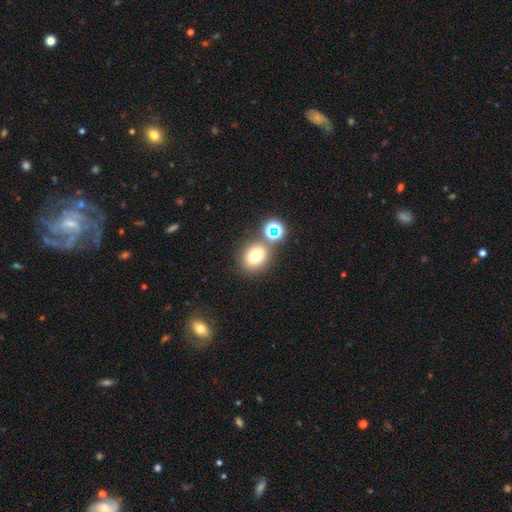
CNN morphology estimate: smooth_or_featured: smooth (p=0.72) [alt: star or artifact p=0.17]
how_rounded: round (p=0.62) [alt: in between p=0.36]
merging: none (p=0.70) [alt: merger p=0.16]